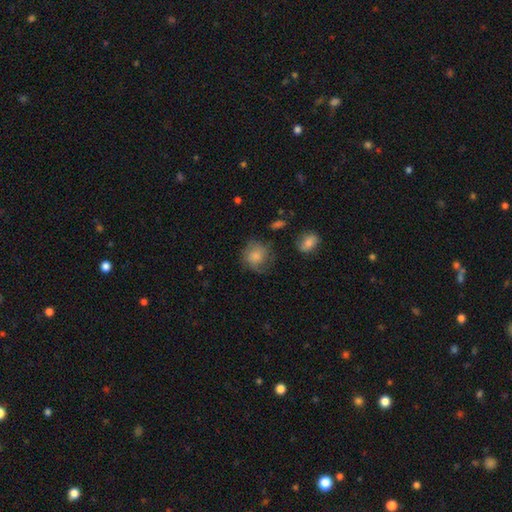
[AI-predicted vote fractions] Smooth or featured? smooth (70%)
How rounded? round (82%)
Merging? none (59%)